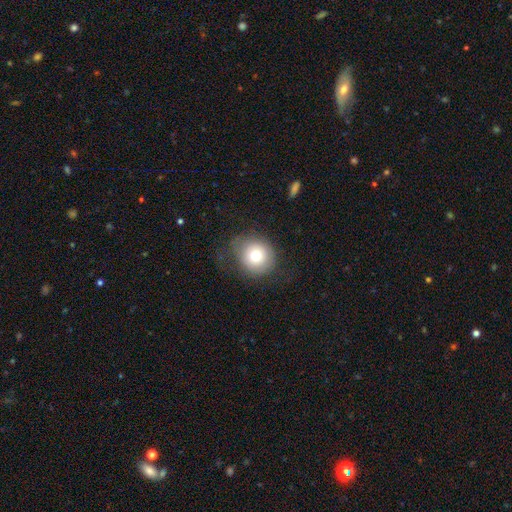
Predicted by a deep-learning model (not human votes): Smooth or featured? Predicted: smooth (p=0.74). How rounded? Predicted: round (p=0.89). Merging? Predicted: none (p=0.70).